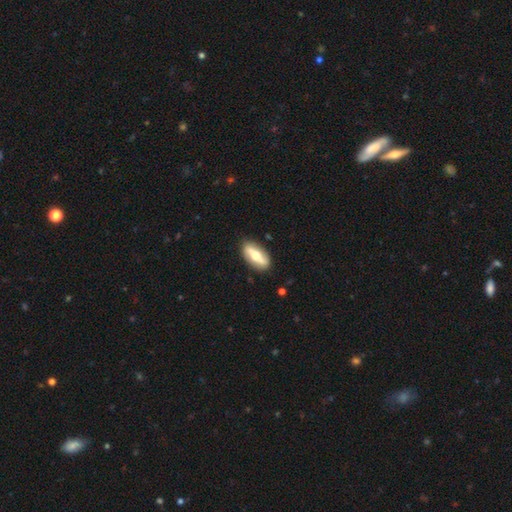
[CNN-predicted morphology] Smooth or featured?
  - featured or disk: 52% *
  - smooth: 43%
  - star or artifact: 5%
Edge-on disk?
  - no: 54% *
  - yes: 46%
Merging?
  - none: 87% *
  - minor disturbance: 9%
  - major disturbance: 2%
  - merger: 1%